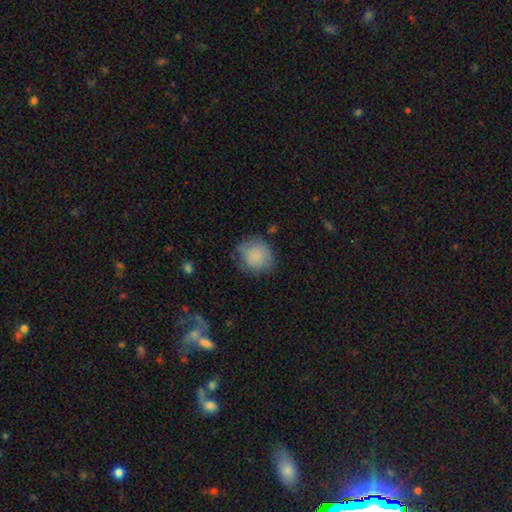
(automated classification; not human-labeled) Overall: smooth (84%). How rounded: round (82%). Merging: none (66%).